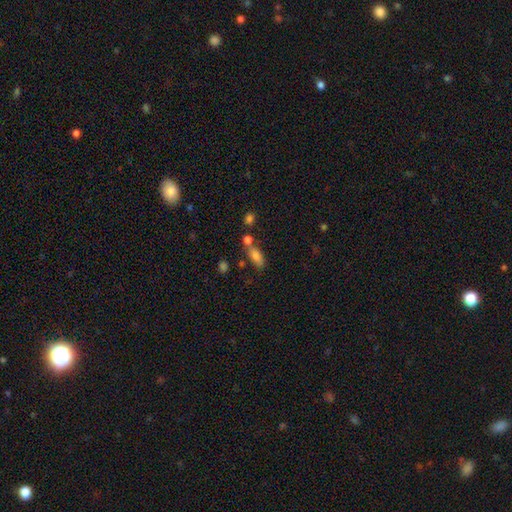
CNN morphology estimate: Smooth or featured? smooth (77%)
How rounded? in between (79%)
Merging? none (57%)